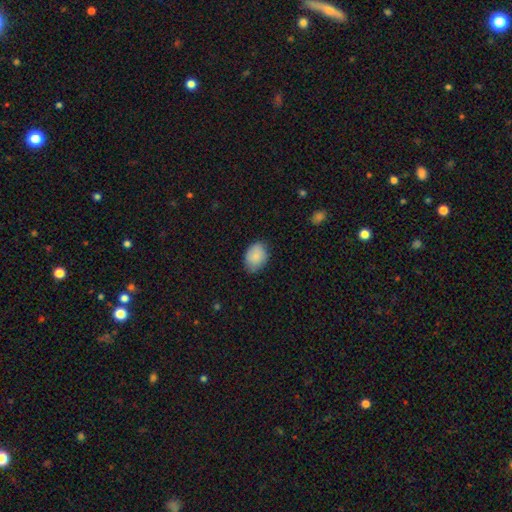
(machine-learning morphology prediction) Smooth or featured? Predicted: smooth (p=0.87). How rounded? Predicted: in between (p=0.78). Merging? Predicted: none (p=0.78).